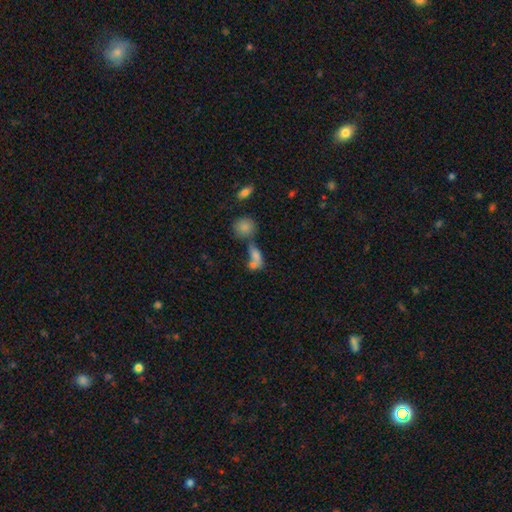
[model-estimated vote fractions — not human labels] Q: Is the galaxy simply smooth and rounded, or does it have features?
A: smooth — 65%.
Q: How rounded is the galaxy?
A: in between — 61%.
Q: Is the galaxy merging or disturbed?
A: merger — 50%.